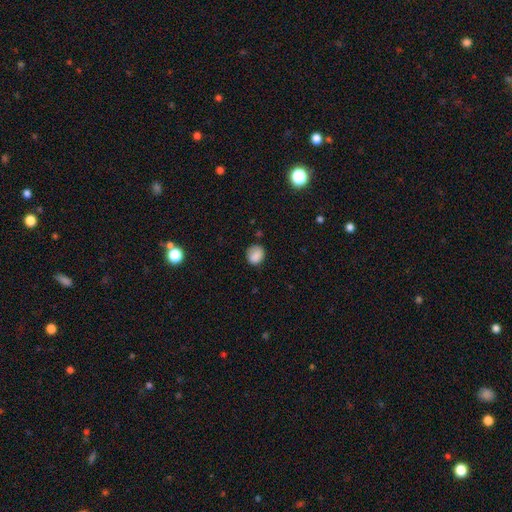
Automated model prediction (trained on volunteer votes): smooth_or_featured: smooth (p=0.84) [alt: star or artifact p=0.10]
how_rounded: round (p=0.61) [alt: in between p=0.38]
merging: none (p=0.71) [alt: minor disturbance p=0.22]